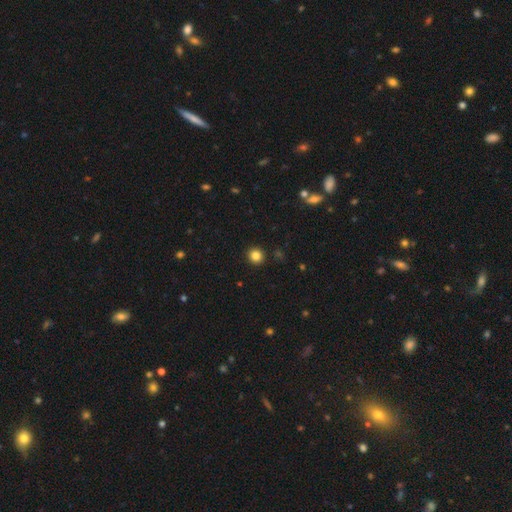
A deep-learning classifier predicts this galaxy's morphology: Overall: smooth (84%). How rounded: round (91%). Merging: none (92%).